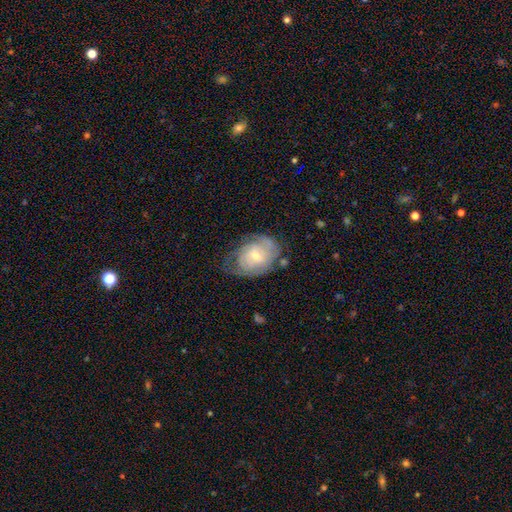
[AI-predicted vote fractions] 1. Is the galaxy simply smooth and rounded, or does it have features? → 66% featured or disk, 27% smooth, 7% star or artifact.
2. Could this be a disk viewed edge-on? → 96% no, 4% yes.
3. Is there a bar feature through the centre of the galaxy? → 48% no, 45% weak, 7% strong.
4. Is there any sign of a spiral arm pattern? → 83% yes, 17% no.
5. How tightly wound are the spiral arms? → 61% tight, 29% medium, 9% loose.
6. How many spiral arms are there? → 49% can't tell, 27% 2, 11% 3, 6% 1, 5% 4, 3% more than 4.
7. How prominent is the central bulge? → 53% small, 42% moderate, 2% large, 2% none, 1% dominant.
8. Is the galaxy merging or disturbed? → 55% none, 28% minor disturbance, 14% major disturbance, 3% merger.